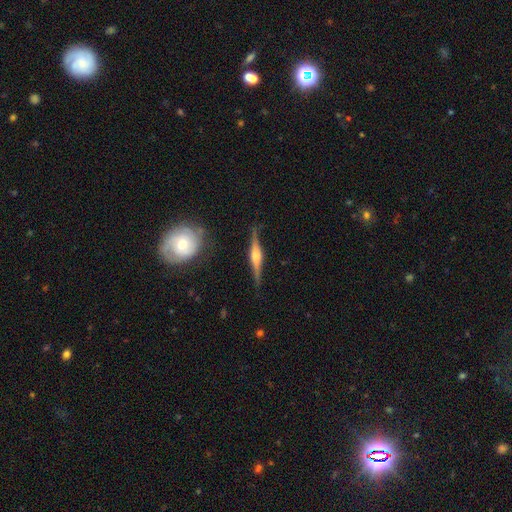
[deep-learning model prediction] A featured or disk galaxy (81%) viewed edge-on (97%) with a rounded central bulge (84%).

Vote fractions:
- Smooth or featured? featured or disk: 81% / smooth: 14% / star or artifact: 5%
- Edge-on disk? yes: 97% / no: 3%
- Edge-on bulge? rounded: 84% / boxy: 13% / none: 4%
- Merging? none: 82% / minor disturbance: 13% / major disturbance: 3% / merger: 2%